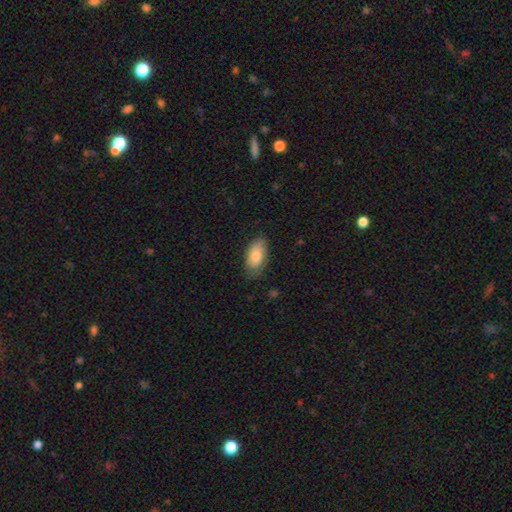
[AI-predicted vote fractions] Overall: smooth (80%). How rounded: in between (93%). Merging: none (73%).